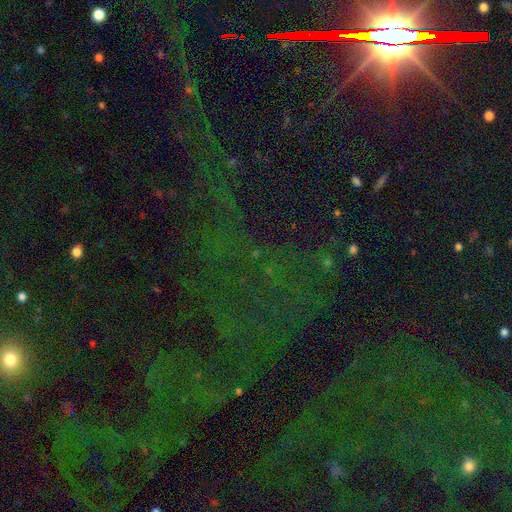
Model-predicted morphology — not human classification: This is likely a star or artifact rather than a galaxy (79%).